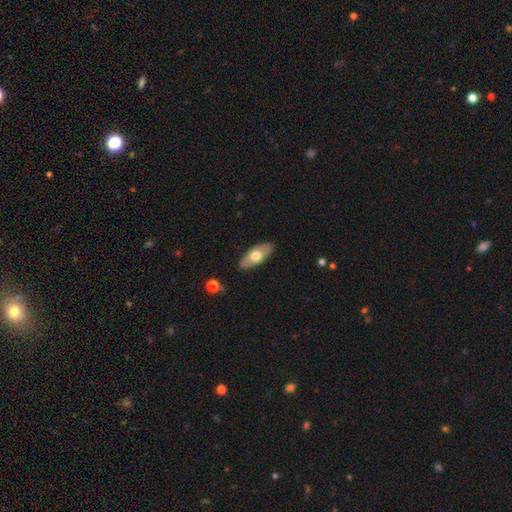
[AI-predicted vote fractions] A smooth galaxy with no disk features (59%) that is in between round and cigar-shaped (86%). Merging: none (87%).